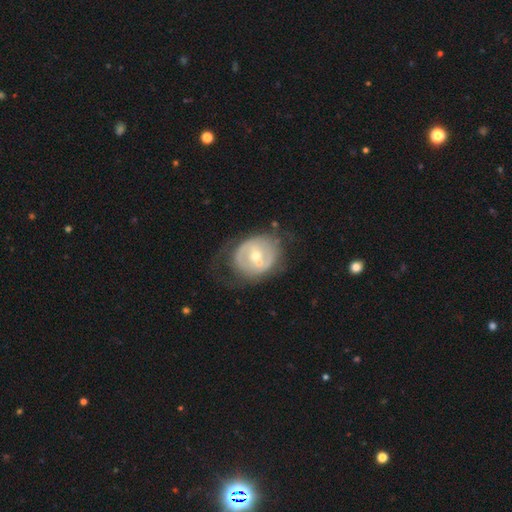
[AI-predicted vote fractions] Smooth or featured?
  - featured or disk: 69% *
  - smooth: 25%
  - star or artifact: 6%
Edge-on disk?
  - no: 96% *
  - yes: 4%
Bar?
  - no: 49% *
  - weak: 35%
  - strong: 17%
Spiral arms?
  - no: 56% *
  - yes: 44%
Bulge size?
  - moderate: 54% *
  - small: 42%
  - large: 2%
  - none: 1%
  - dominant: 1%
Merging?
  - none: 54% *
  - minor disturbance: 22%
  - major disturbance: 15%
  - merger: 9%